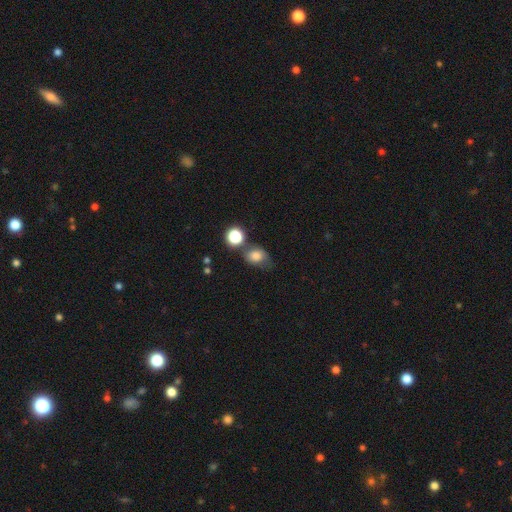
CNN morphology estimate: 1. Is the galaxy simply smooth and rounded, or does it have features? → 78% smooth, 12% star or artifact, 10% featured or disk.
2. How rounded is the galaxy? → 55% in between, 44% round, 1% cigar-shaped.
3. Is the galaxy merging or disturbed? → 48% none, 27% minor disturbance, 13% merger, 11% major disturbance.